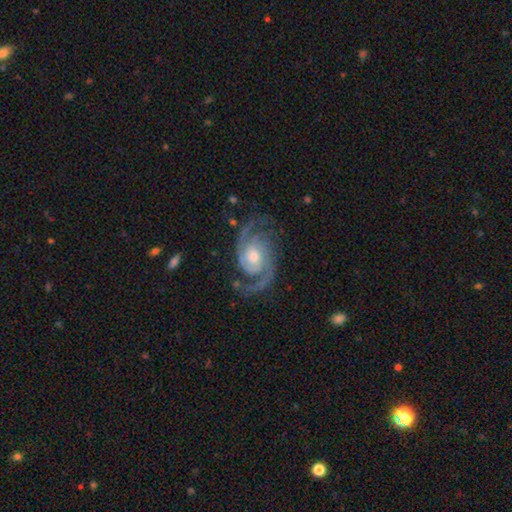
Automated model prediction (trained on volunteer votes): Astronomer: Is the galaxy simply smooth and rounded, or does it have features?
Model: featured or disk — 92%.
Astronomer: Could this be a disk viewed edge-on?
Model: no — 97%.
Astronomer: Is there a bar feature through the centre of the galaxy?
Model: no — 61%.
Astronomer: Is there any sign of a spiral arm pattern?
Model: yes — 98%.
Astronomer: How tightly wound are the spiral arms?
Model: medium — 51% (runner-up: tight, 39%).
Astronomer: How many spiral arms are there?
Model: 2 — 91%.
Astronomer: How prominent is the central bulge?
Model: moderate — 65%.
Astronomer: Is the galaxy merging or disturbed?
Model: none — 80%.